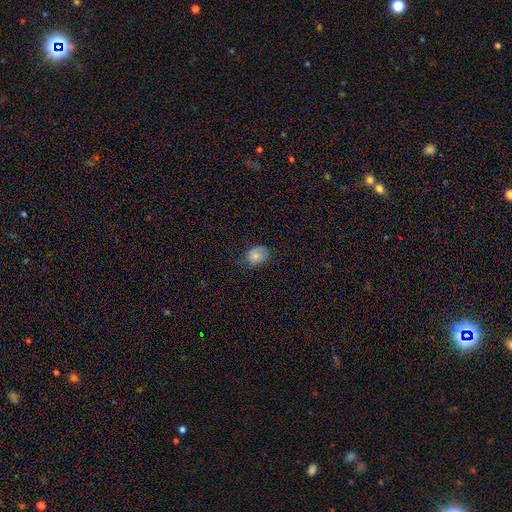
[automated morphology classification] A smooth galaxy with no disk features (81%) that is in between round and cigar-shaped (57%).

Vote fractions:
- Smooth or featured? smooth: 81% / star or artifact: 9% / featured or disk: 9%
- How rounded? in between: 57% / round: 42% / cigar-shaped: 1%
- Merging? none: 67% / minor disturbance: 26% / major disturbance: 6% / merger: 1%